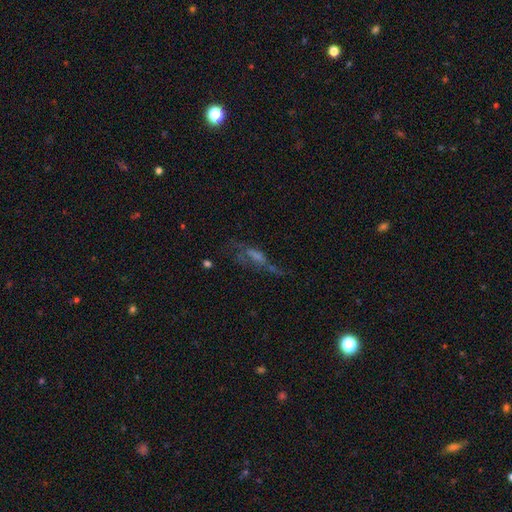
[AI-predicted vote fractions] Smooth or featured? featured or disk (49%)
Merging? none (39%)